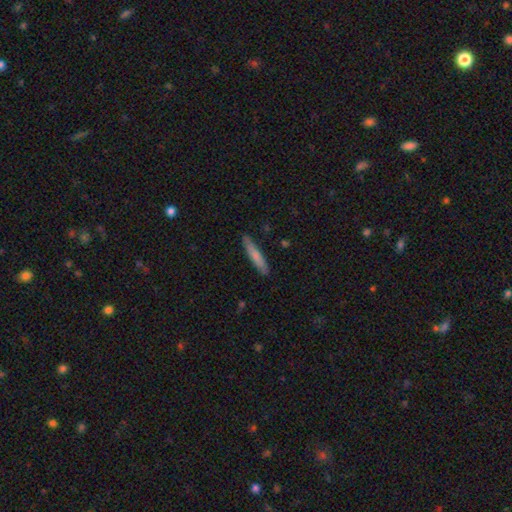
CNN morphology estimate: Q: Smooth or featured?
A: smooth (73%); runner-up: featured or disk (21%)
Q: How rounded?
A: cigar-shaped (91%); runner-up: in between (7%)
Q: Merging?
A: none (86%); runner-up: minor disturbance (11%)